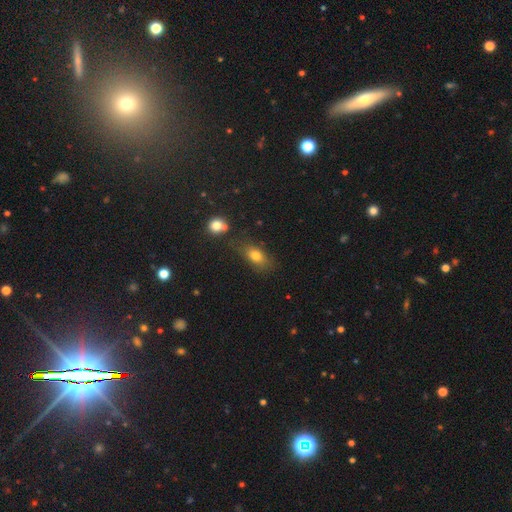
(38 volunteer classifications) A smooth galaxy with no disk features (76%) that is in between round and cigar-shaped (76%).

Vote fractions:
- Smooth or featured? smooth: 76% / featured or disk: 16% / star or artifact: 8%
- How rounded? in between: 76% / round: 17% / cigar-shaped: 7%
- Merging? none: 71% / minor disturbance: 14% / major disturbance: 11% / merger: 3%